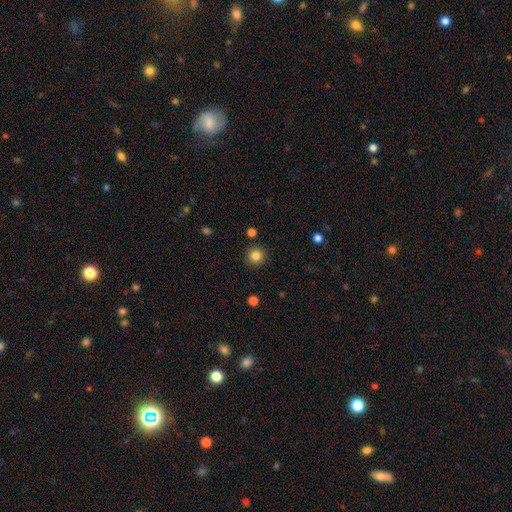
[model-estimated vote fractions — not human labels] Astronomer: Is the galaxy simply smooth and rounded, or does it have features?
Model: smooth — 83%.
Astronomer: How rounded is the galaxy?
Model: round — 95%.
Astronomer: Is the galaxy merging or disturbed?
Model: none — 91%.